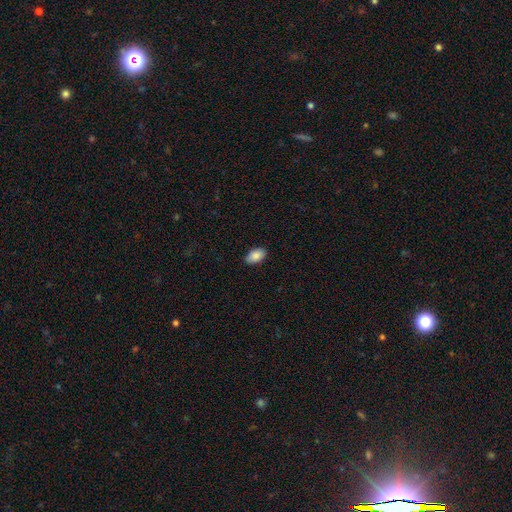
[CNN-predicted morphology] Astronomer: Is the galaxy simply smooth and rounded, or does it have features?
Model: smooth — 87%.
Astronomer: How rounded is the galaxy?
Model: in between — 94%.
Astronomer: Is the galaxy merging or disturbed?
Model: none — 87%.